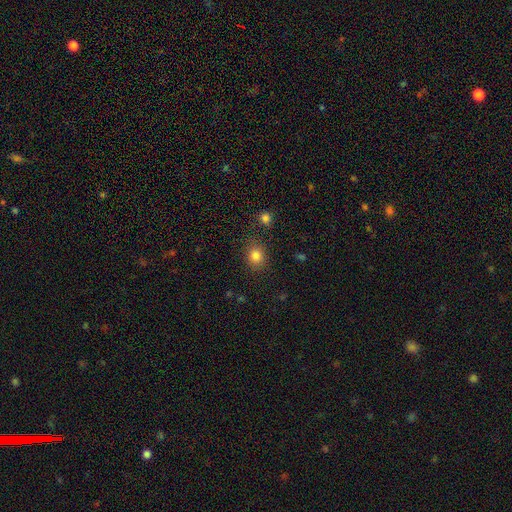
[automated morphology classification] A smooth galaxy with no disk features (83%) that is round (66%). Merging: none (82%).